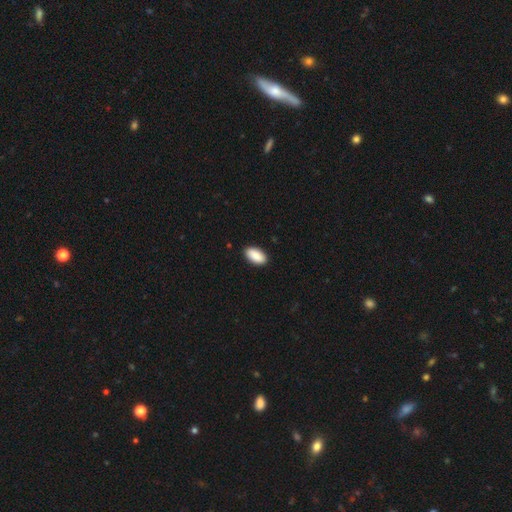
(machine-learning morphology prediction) This is clearly a smooth galaxy (90%). How rounded: clearly in between (95%). Merging: clearly none (90%).